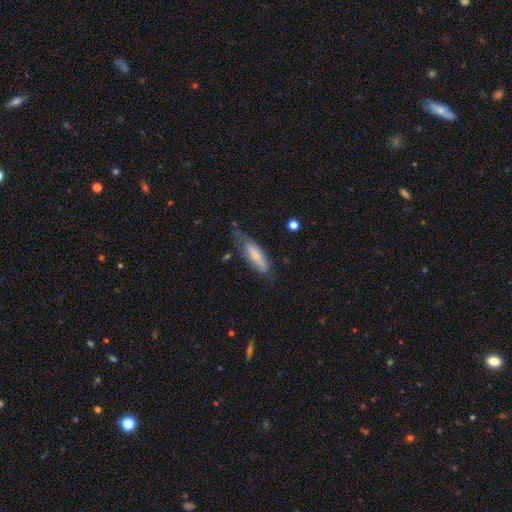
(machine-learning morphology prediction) A smooth galaxy with no disk features (65%) that is in between round and cigar-shaped (51%). Merging: none (40%).